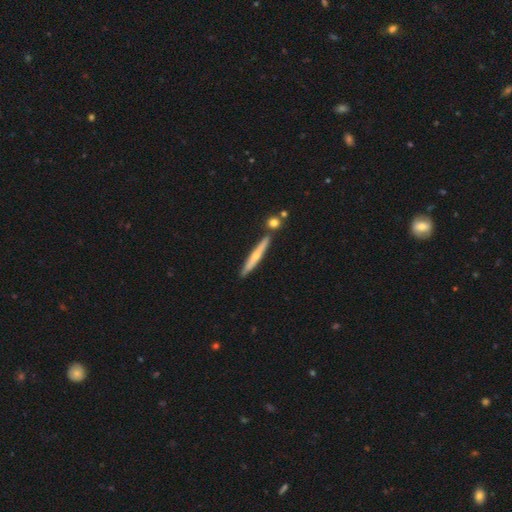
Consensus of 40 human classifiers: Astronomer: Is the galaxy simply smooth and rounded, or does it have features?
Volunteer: featured or disk — 72%.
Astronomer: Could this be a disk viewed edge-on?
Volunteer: yes — 97%.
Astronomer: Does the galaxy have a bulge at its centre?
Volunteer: rounded — 82%.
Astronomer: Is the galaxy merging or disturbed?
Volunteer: none — 65%.